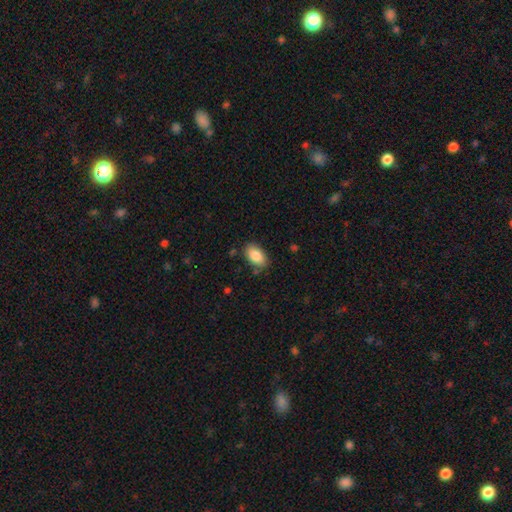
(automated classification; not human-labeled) Smooth or featured? smooth (86%)
How rounded? in between (93%)
Merging? none (82%)